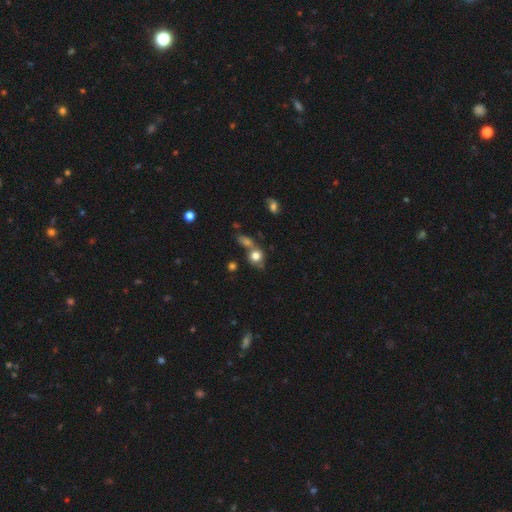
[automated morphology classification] The model was most divided on "merging": none: 45%, merger: 33%, minor disturbance: 15%, major disturbance: 8%. More confident: smooth or featured — smooth (75%); how rounded — round (72%).